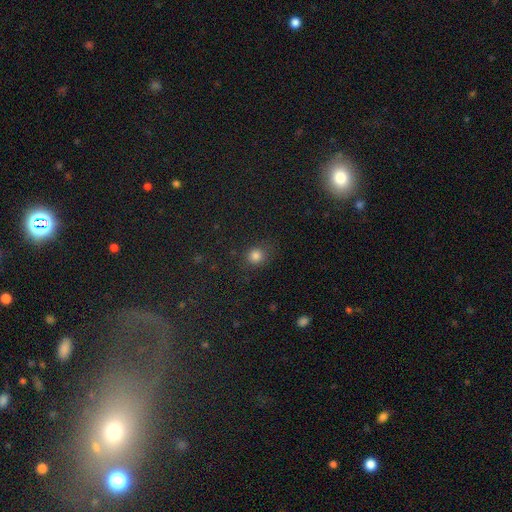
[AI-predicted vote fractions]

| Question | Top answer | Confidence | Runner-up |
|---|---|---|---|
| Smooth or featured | smooth | 81% | star or artifact (14%) |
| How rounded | round | 84% | in between (15%) |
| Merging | none | 79% | minor disturbance (13%) |